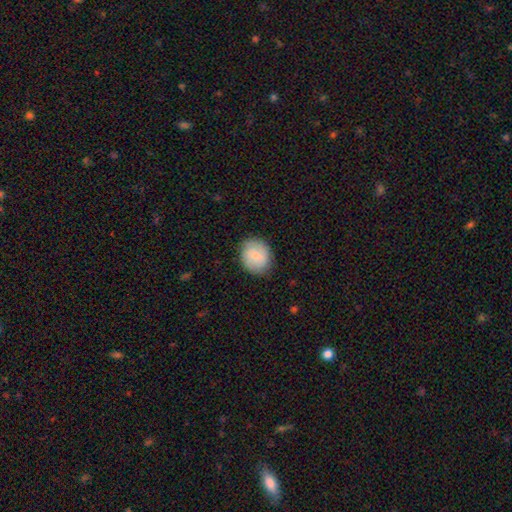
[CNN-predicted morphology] A smooth galaxy with no disk features (76%) that is round (69%). Merging: none (83%).